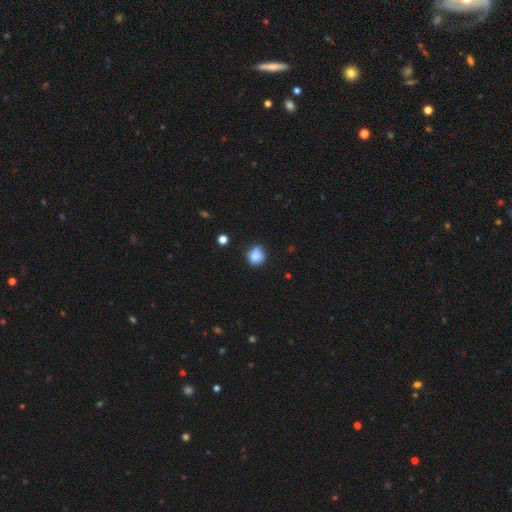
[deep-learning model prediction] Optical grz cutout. It shows a smooth galaxy with no disk features (81%) that is round (76%). Merging: none (58%).